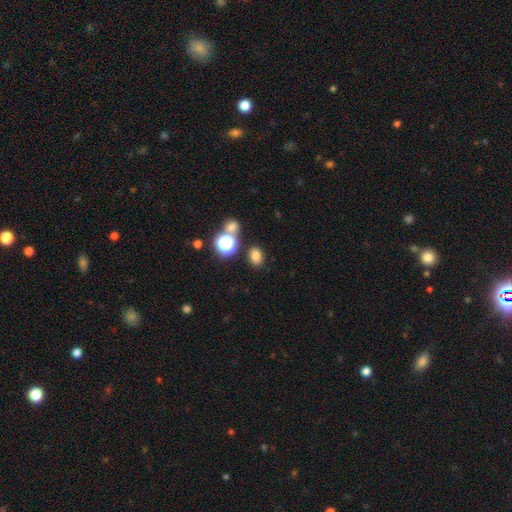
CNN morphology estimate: A smooth galaxy with no disk features (76%) that is in between round and cigar-shaped (62%).

Vote fractions:
- Smooth or featured? smooth: 76% / star or artifact: 17% / featured or disk: 6%
- How rounded? in between: 62% / round: 37% / cigar-shaped: 1%
- Merging? none: 80% / minor disturbance: 10% / merger: 8% / major disturbance: 3%